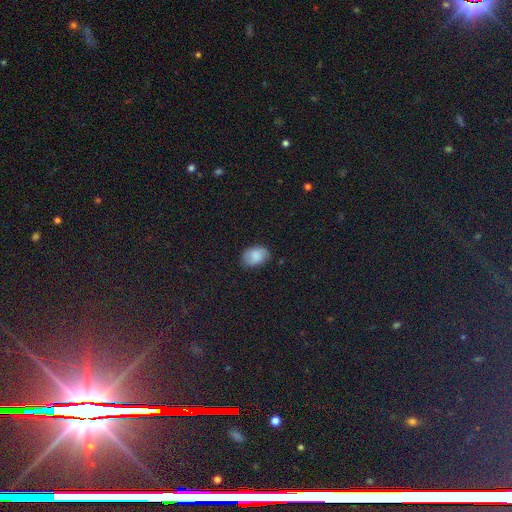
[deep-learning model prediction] A smooth galaxy with no disk features (74%) that is in between round and cigar-shaped (84%).

Vote fractions:
- Smooth or featured? smooth: 74% / featured or disk: 16% / star or artifact: 10%
- How rounded? in between: 84% / round: 15% / cigar-shaped: 1%
- Merging? none: 80% / minor disturbance: 16% / major disturbance: 4% / merger: 1%